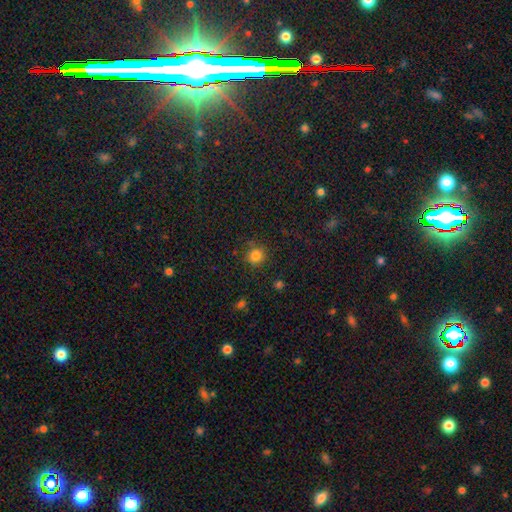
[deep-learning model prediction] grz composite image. It shows a smooth galaxy with no disk features (83%) that is round (88%). Merging: none (84%).